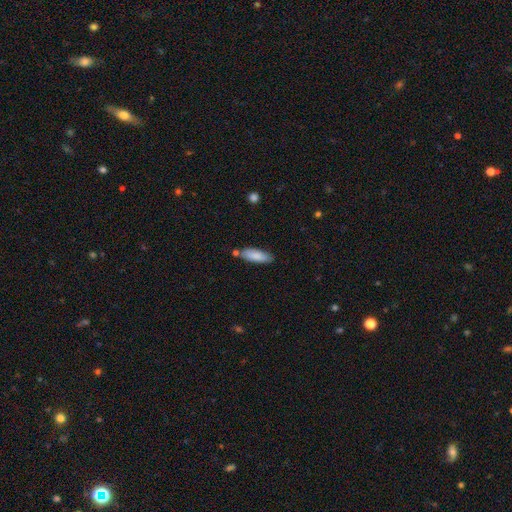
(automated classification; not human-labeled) smooth_or_featured: smooth (p=0.85) [alt: featured or disk p=0.09]
how_rounded: in between (p=0.58) [alt: cigar-shaped p=0.40]
merging: none (p=0.74) [alt: minor disturbance p=0.16]